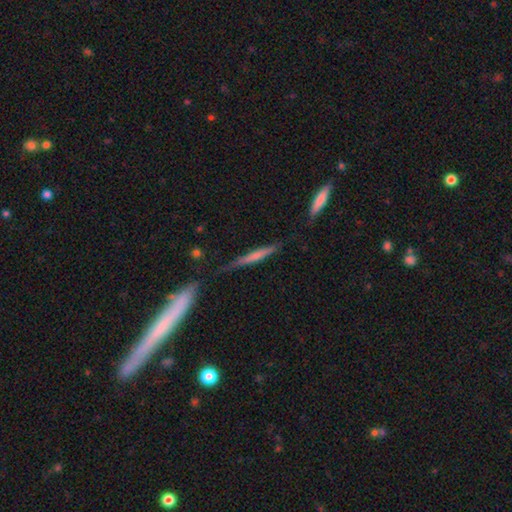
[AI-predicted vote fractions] Q: Smooth or featured?
A: smooth (52%); runner-up: featured or disk (41%)
Q: How rounded?
A: cigar-shaped (93%); runner-up: in between (5%)
Q: Merging?
A: none (68%); runner-up: minor disturbance (21%)